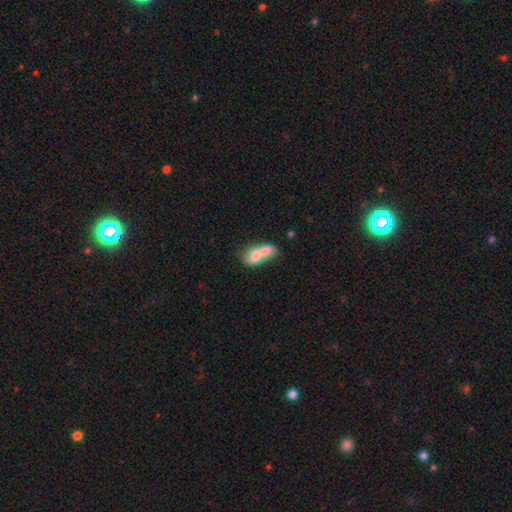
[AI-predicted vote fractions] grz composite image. It shows a smooth galaxy with no disk features (68%) that is in between round and cigar-shaped (67%). Merging: merger (79%).